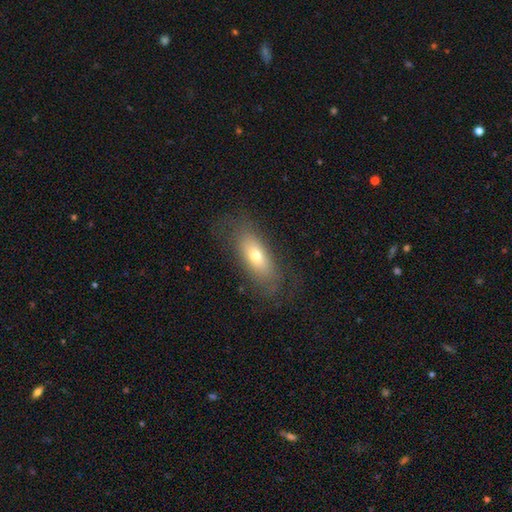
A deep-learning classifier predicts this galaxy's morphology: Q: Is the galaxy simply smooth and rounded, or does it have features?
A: smooth — 63%.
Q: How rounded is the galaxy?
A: in between — 73%.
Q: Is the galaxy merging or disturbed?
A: none — 73%.